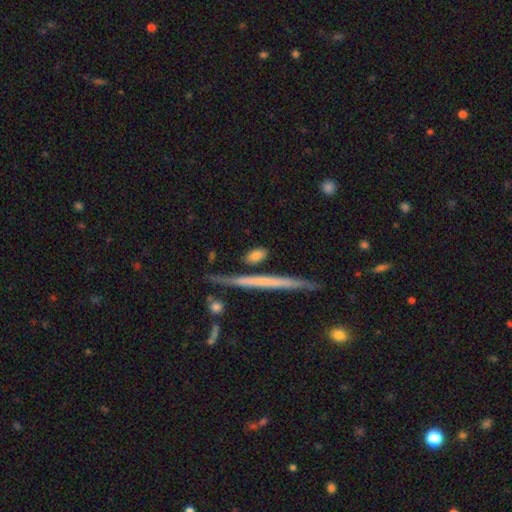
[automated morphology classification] Overall: smooth (77%). How rounded: in between (58%; cigar-shaped 31%). Merging: none (78%).